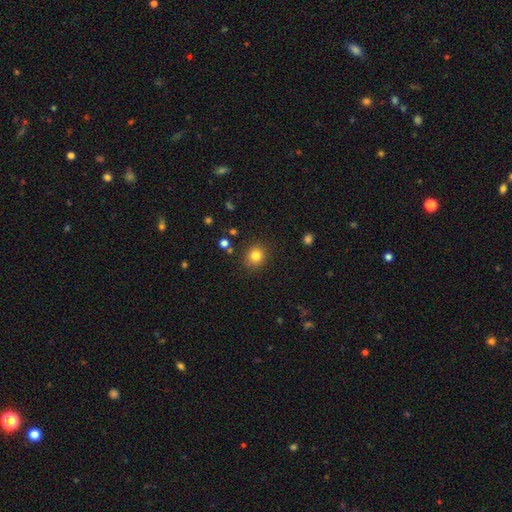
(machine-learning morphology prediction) Smooth or featured: smooth — 82% (star or artifact — 12%)
How rounded: round — 82% (in between — 18%)
Merging: none — 87% (minor disturbance — 9%)